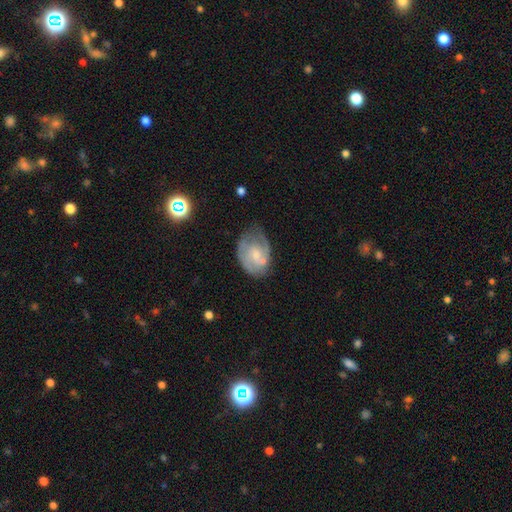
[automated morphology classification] The model was most divided on "spiral winding": tight: 44%, medium: 41%, loose: 15%. Remaining: edge-on disk — no (97%); spiral arms — yes (81%); smooth or featured — featured or disk (67%); bar — no (63%); bulge size — small (55%); merging — none (53%); spiral arm count — 2 (46%).